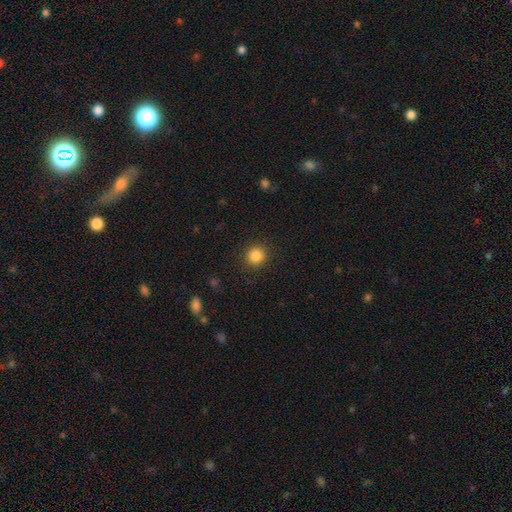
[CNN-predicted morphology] type=smooth (85%); roundness=round (92%); merging=none (91%).